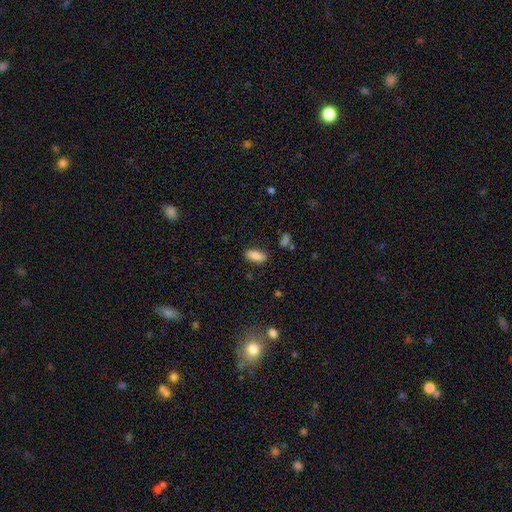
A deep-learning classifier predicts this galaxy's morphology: Smooth or featured? smooth (87%)
How rounded? in between (85%)
Merging? none (84%)